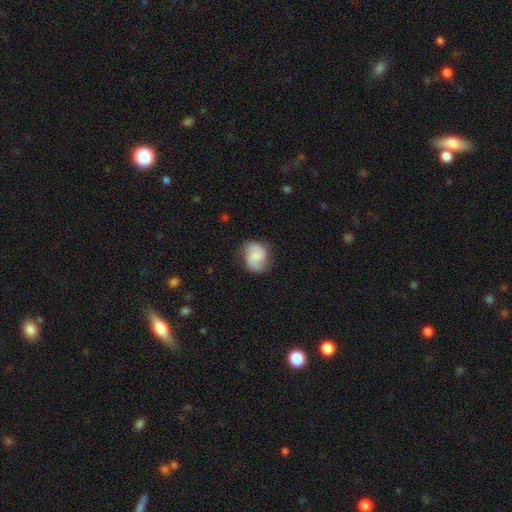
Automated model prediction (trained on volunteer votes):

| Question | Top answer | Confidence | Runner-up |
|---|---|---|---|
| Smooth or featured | featured or disk | 51% | smooth (41%) |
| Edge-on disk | no | 98% | yes (2%) |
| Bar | no | 59% | weak (34%) |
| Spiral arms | yes | 92% | no (8%) |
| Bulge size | small | 48% | moderate (29%) |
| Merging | none | 75% | minor disturbance (19%) |